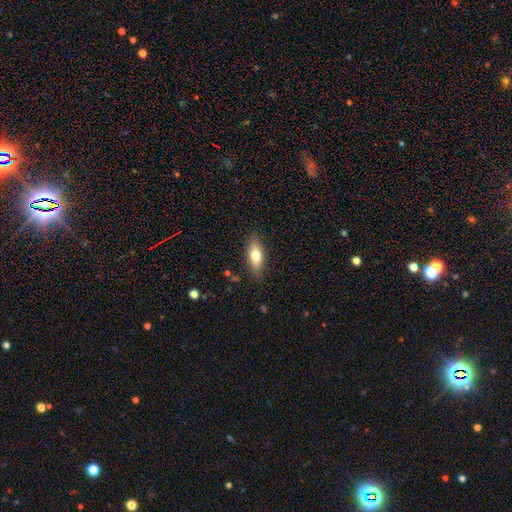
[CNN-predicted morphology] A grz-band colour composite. It shows a smooth galaxy with no disk features (73%) that is in between round and cigar-shaped (73%). Merging: none (85%).